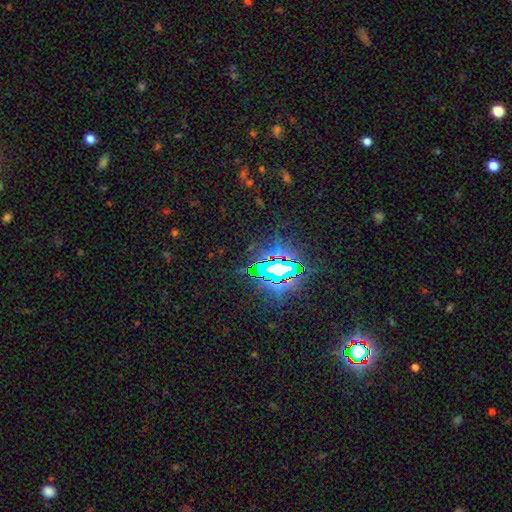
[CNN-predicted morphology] type=star or artifact (83%).